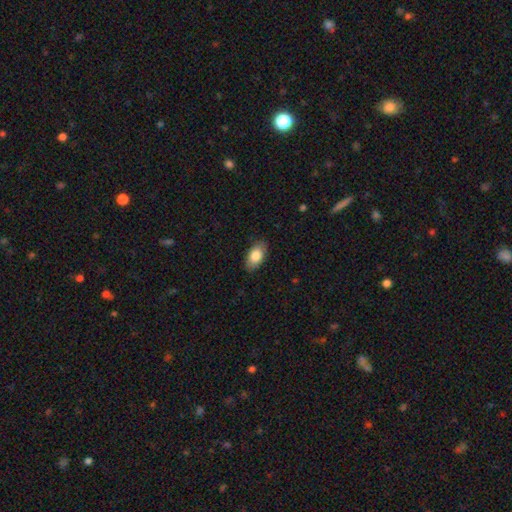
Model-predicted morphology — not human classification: The model was most divided on "smooth or featured": smooth: 81%, featured or disk: 12%, star or artifact: 6%. More confident: how rounded — in between (94%); merging — none (86%).